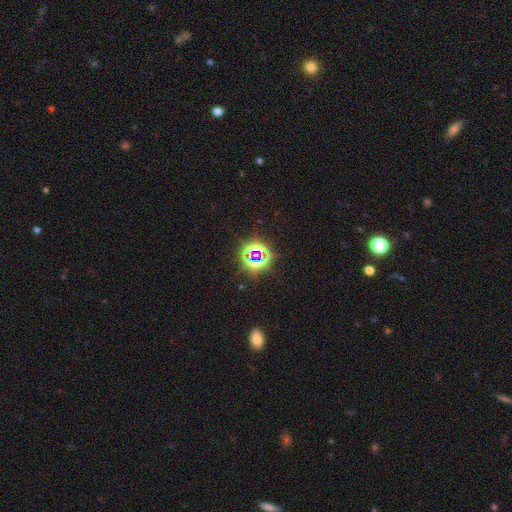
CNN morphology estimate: The model was most divided on "smooth or featured": star or artifact: 78%, smooth: 13%, featured or disk: 9%.